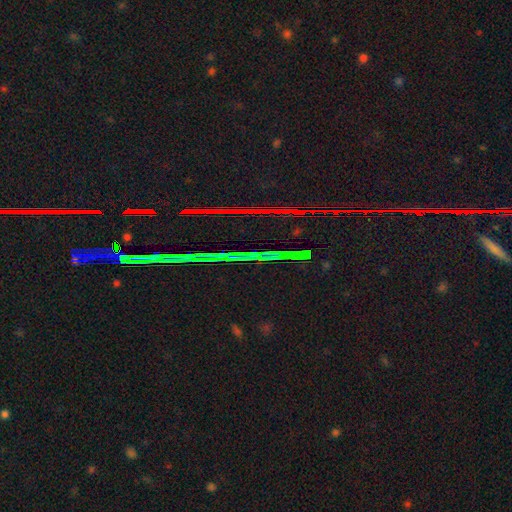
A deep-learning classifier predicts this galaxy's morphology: Q: Smooth or featured?
A: star or artifact (86%); runner-up: featured or disk (7%)